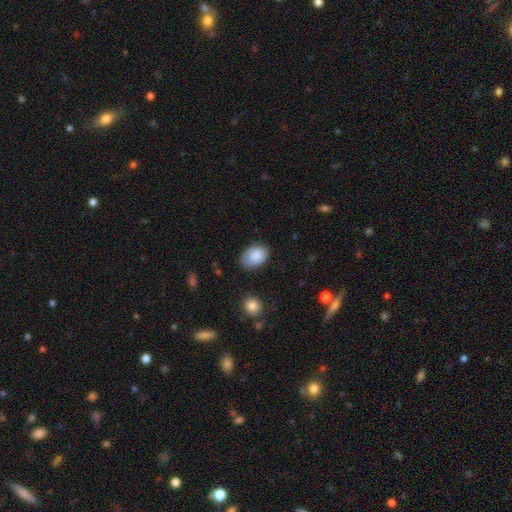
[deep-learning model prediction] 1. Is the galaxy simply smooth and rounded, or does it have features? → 88% smooth, 6% star or artifact, 6% featured or disk.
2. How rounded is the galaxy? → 84% in between, 15% round, 1% cigar-shaped.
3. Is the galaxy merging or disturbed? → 78% none, 17% minor disturbance, 4% major disturbance, 2% merger.